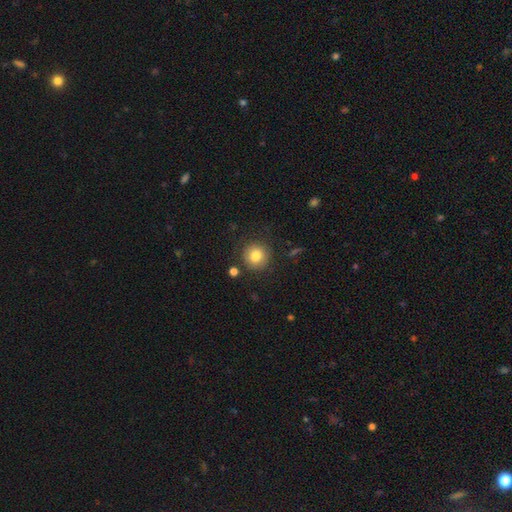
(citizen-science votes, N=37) smooth-or-featured: smooth: 89% | featured or disk: 8% | star or artifact: 3%
  how-rounded: round: 97% | in between: 3% | cigar-shaped: 0%
  merging: none: 94% | major disturbance: 3% | merger: 3% | minor disturbance: 0%